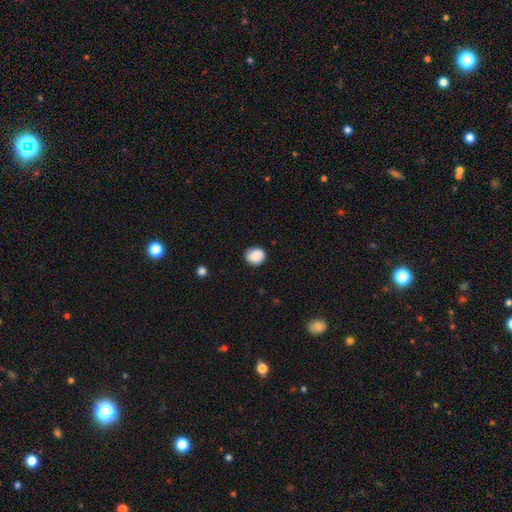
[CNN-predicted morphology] smooth 87%, star or artifact 8%, featured or disk 6%. Down the decision tree: how rounded — round (71%); merging — none (82%).